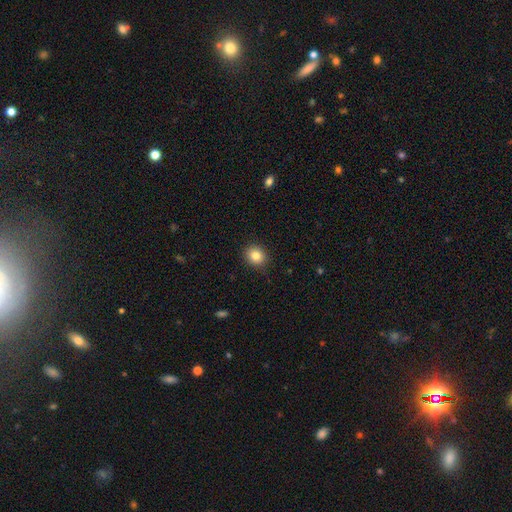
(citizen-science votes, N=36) A smooth galaxy with no disk features (94%) that is round (79%). Merging: none (86%).